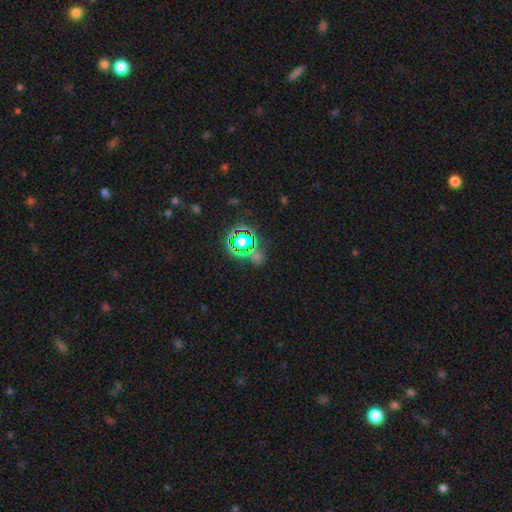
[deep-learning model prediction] This is likely a star or artifact rather than a galaxy (70%).